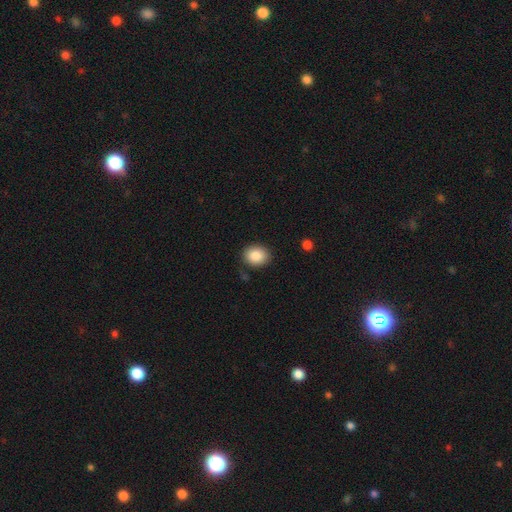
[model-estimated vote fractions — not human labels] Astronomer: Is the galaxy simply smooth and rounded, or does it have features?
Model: smooth — 87%.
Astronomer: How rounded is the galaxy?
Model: round — 62% (runner-up: in between, 38%).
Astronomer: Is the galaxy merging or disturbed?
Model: none — 85%.